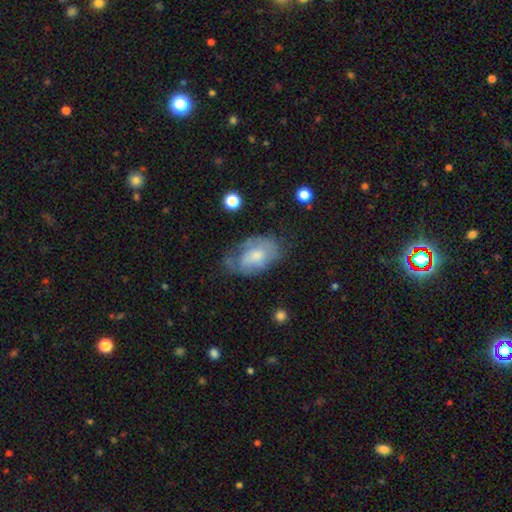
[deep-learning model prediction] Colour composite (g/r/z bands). It shows a smooth galaxy with no disk features (47%). Merging: none (46%).